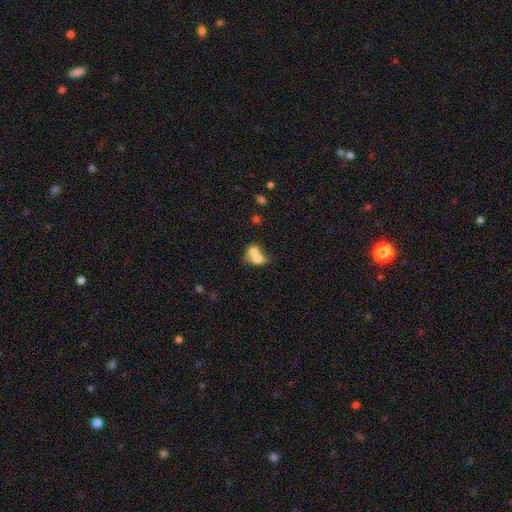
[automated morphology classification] Q: Smooth or featured?
A: smooth (69%); runner-up: featured or disk (23%)
Q: How rounded?
A: in between (53%); runner-up: round (45%)
Q: Merging?
A: merger (73%); runner-up: none (17%)